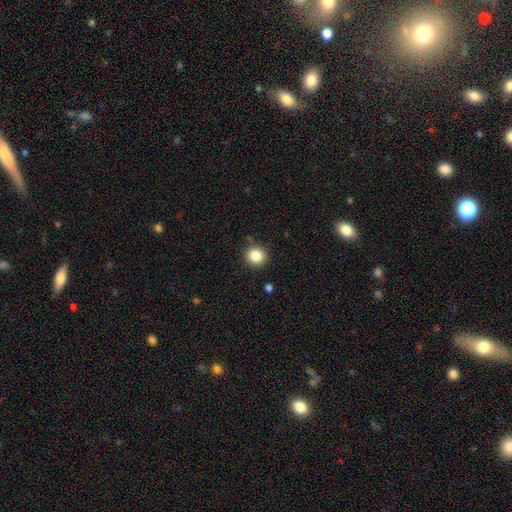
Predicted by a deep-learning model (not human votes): A smooth galaxy with no disk features (85%) that is round (93%). Merging: none (87%).